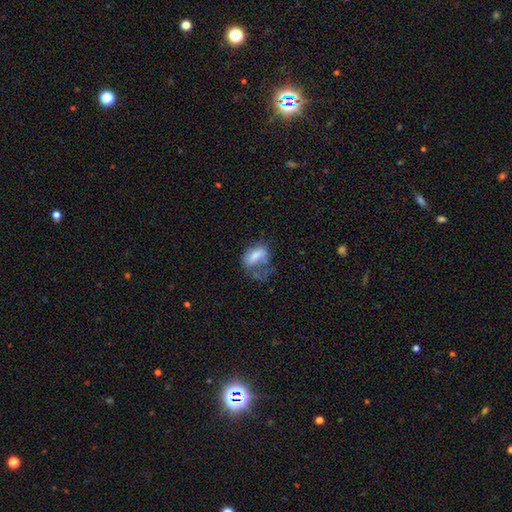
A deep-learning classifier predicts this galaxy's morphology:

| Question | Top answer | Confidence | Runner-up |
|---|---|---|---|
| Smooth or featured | smooth | 60% | featured or disk (30%) |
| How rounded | in between | 85% | round (11%) |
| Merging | major disturbance | 46% | minor disturbance (24%) |